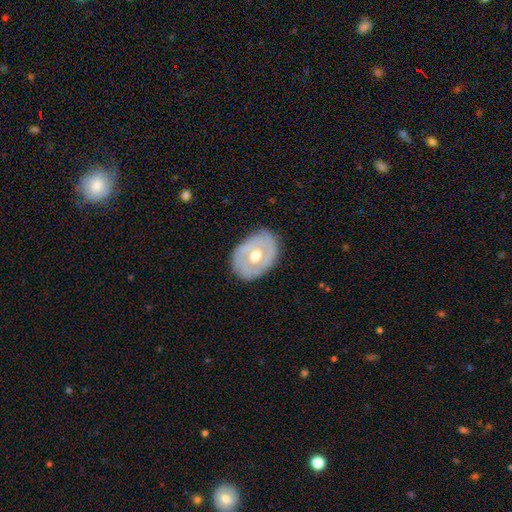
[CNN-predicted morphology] type=featured or disk (65%); edge-on=no (94%); bar=no (75%); spiral arms=no (60%); bulge=moderate (79%); merging=none (75%).